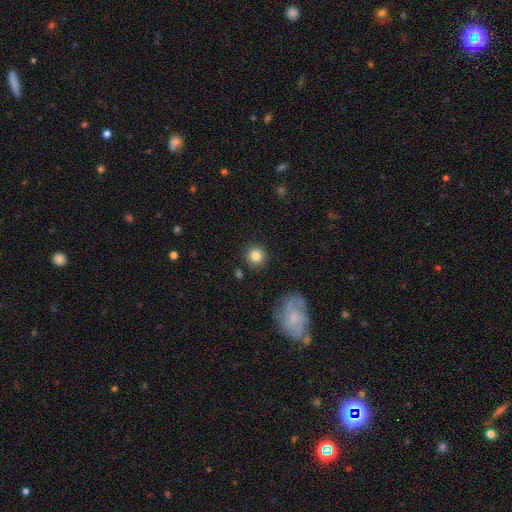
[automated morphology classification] The model was most divided on "smooth or featured": smooth: 83%, star or artifact: 10%, featured or disk: 8%. More confident: how rounded — round (93%); merging — none (89%).